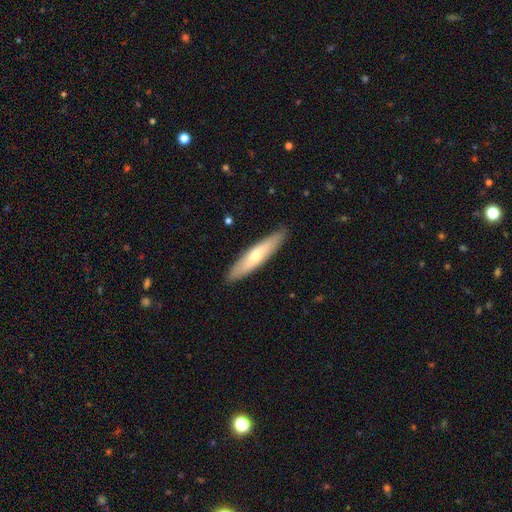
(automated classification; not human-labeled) The model was most divided on "smooth or featured": smooth: 56%, featured or disk: 39%, star or artifact: 5%. More confident: merging — none (89%); how rounded — cigar-shaped (83%).